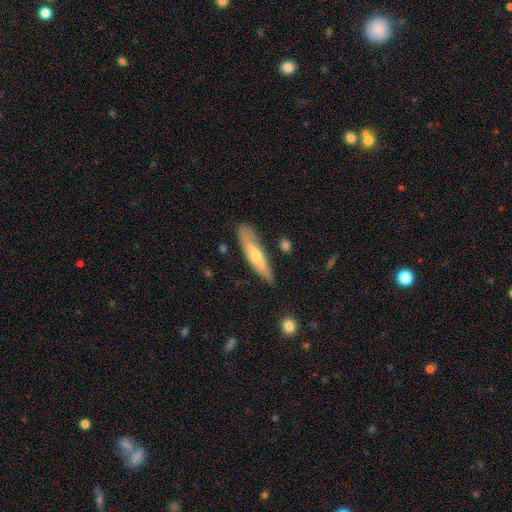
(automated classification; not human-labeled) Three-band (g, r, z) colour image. It shows a smooth galaxy with no disk features (52%) that is cigar-shaped (80%). Merging: none (76%).